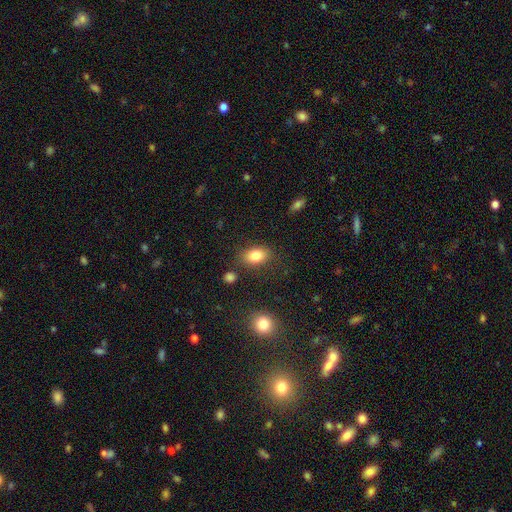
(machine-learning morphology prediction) A smooth galaxy with no disk features (82%) that is in between round and cigar-shaped (82%). Merging: none (80%).